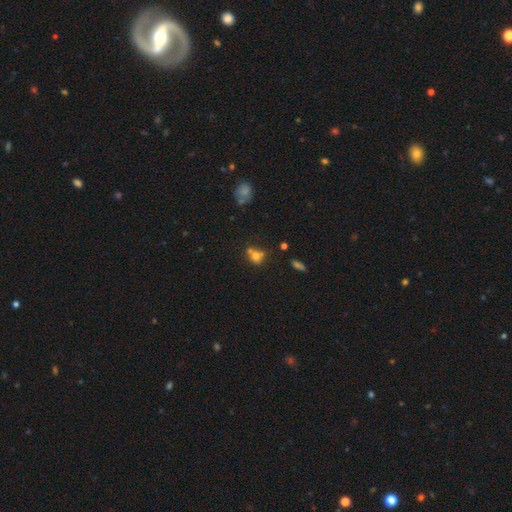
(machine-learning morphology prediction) Overall: smooth (69%). How rounded: round (64%; in between 34%). Merging: merger (41%; none 38%).